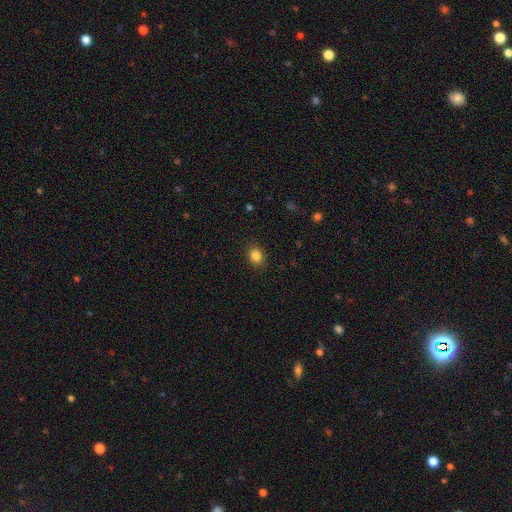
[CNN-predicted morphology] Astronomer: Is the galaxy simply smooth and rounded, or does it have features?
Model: smooth — 85%.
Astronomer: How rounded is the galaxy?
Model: round — 52% (runner-up: in between, 47%).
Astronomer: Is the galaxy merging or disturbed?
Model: none — 89%.